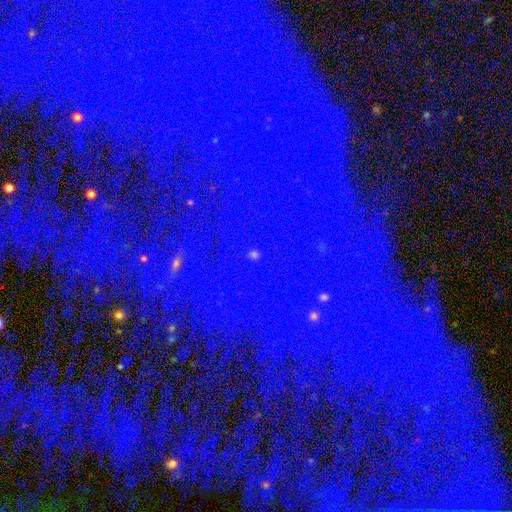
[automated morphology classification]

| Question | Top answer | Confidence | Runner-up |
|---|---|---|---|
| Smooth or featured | star or artifact | 86% | featured or disk (7%) |